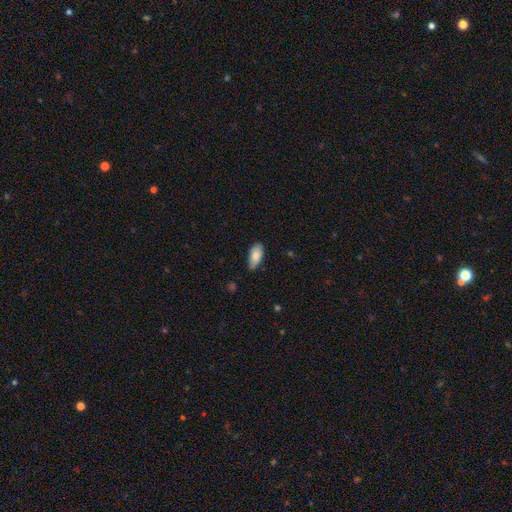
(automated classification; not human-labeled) Overall: smooth (83%). How rounded: in between (92%). Merging: none (74%).